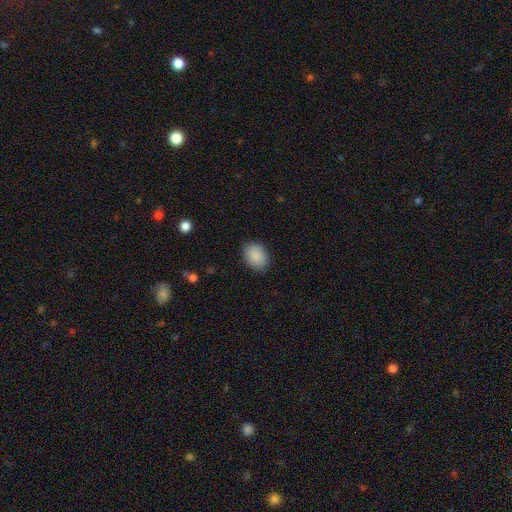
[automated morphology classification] Overall: smooth (89%). How rounded: in between (66%; round 33%). Merging: none (87%).